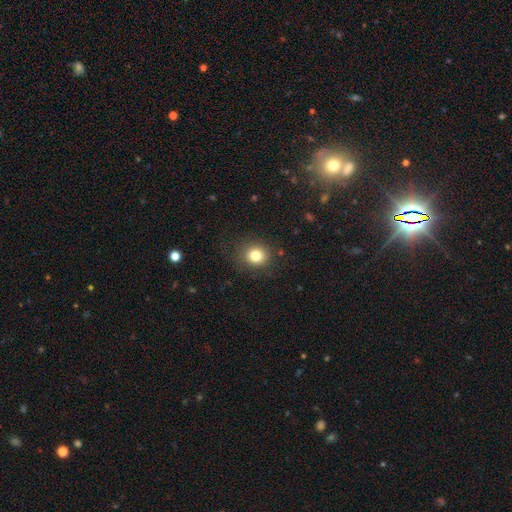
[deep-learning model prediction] smooth 81%, star or artifact 12%, featured or disk 7%. Down the decision tree: how rounded — round (83%); merging — none (87%).